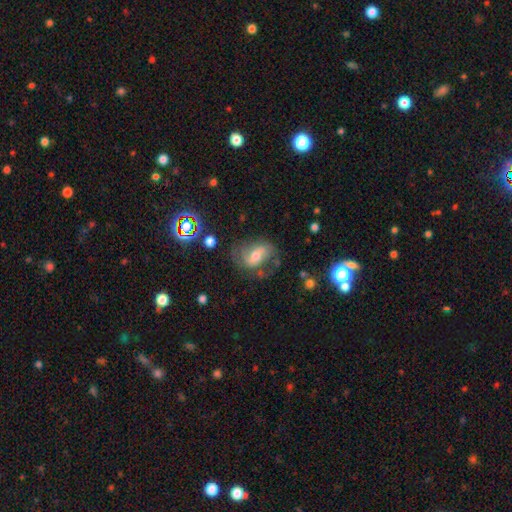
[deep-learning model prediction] This is possibly a featured or disk galaxy (59%). It is clearly not viewed edge-on (94%). Bar: marginally weak (40%). Spiral arm pattern: likely yes (78%). Central bulge: possibly moderate (59%). Merging: possibly none (58%).